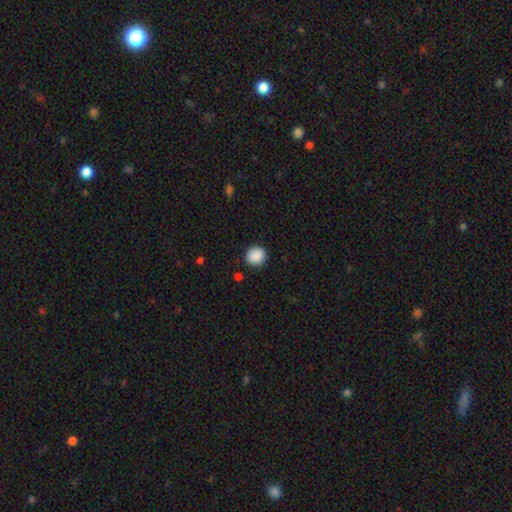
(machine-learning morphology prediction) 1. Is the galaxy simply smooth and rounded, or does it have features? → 89% smooth, 8% star or artifact, 3% featured or disk.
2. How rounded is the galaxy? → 87% round, 12% in between, 1% cigar-shaped.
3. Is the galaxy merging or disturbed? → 88% none, 8% minor disturbance, 2% major disturbance, 1% merger.